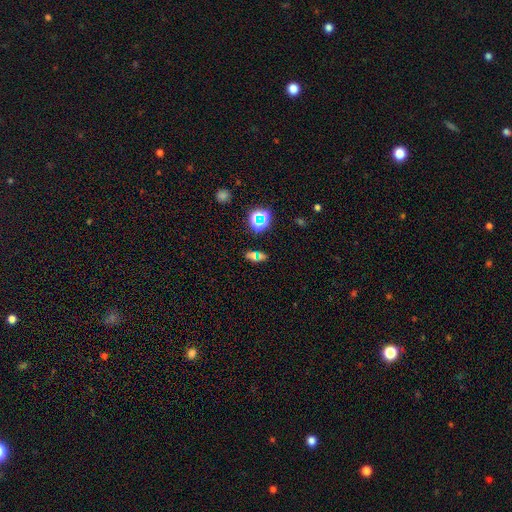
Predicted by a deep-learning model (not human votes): A smooth galaxy with no disk features (52%) that is in between round and cigar-shaped (68%). Merging: none (72%).